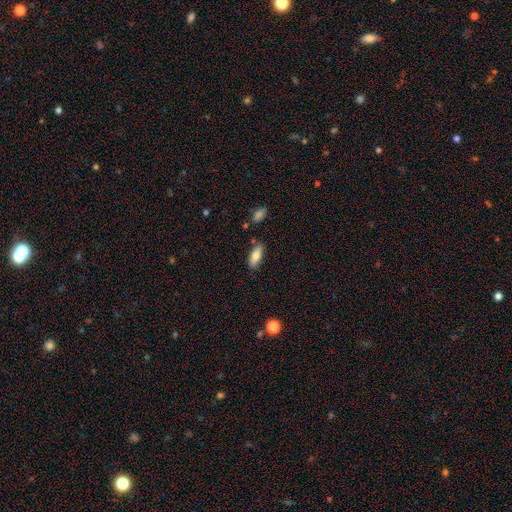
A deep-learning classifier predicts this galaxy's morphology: Smooth or featured? Predicted: smooth (p=0.80). How rounded? Predicted: in between (p=0.77). Merging? Predicted: none (p=0.81).